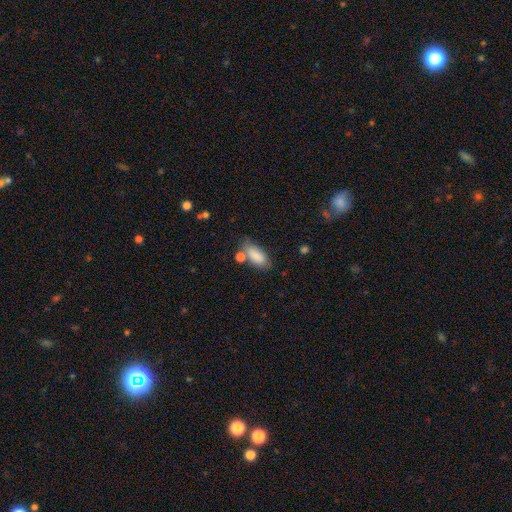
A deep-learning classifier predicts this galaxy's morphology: This is clearly a smooth galaxy (86%). How rounded: clearly in between (86%). Merging: possibly none (59%).